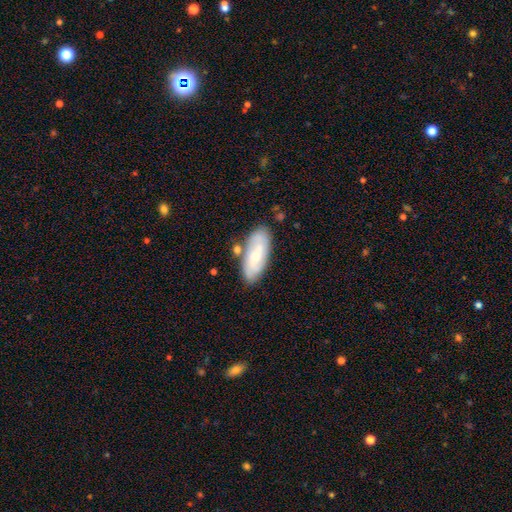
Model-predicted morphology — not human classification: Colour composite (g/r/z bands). It shows a featured or disk galaxy (48%). Merging: none (74%).